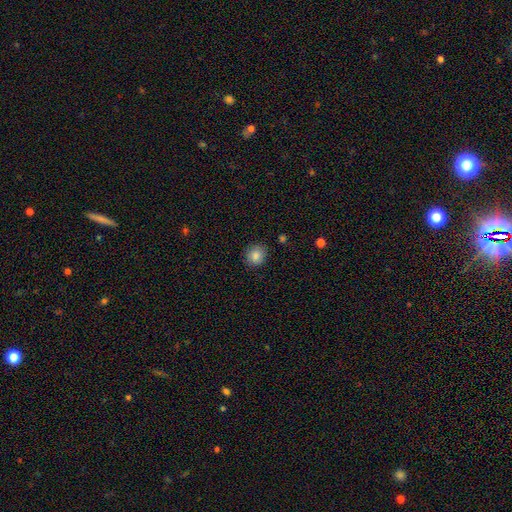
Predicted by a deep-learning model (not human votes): A smooth galaxy with no disk features (85%) that is round (83%).

Vote fractions:
- Smooth or featured? smooth: 85% / star or artifact: 10% / featured or disk: 5%
- How rounded? round: 83% / in between: 16% / cigar-shaped: 1%
- Merging? none: 87% / minor disturbance: 9% / major disturbance: 2% / merger: 2%